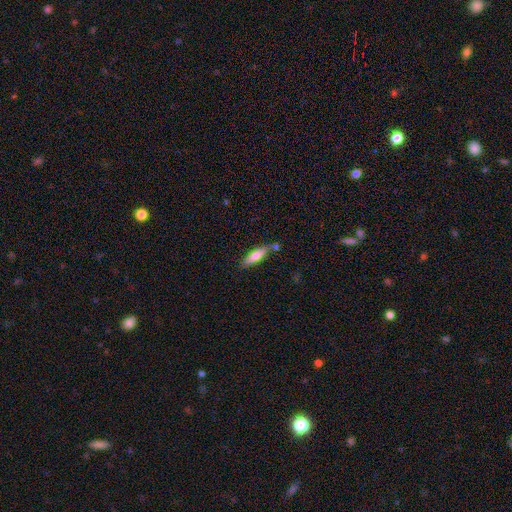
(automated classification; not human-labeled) smooth 67%, featured or disk 27%, star or artifact 6%. Down the decision tree: how rounded — cigar-shaped (65%); merging — none (73%).